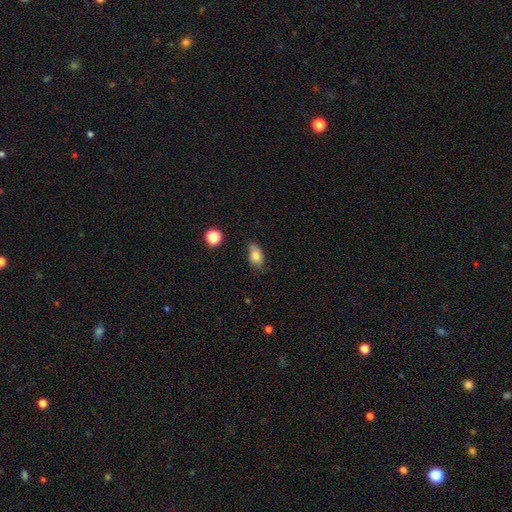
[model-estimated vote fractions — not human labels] This is likely a smooth galaxy (76%). How rounded: clearly in between (84%). Merging: likely none (66%).